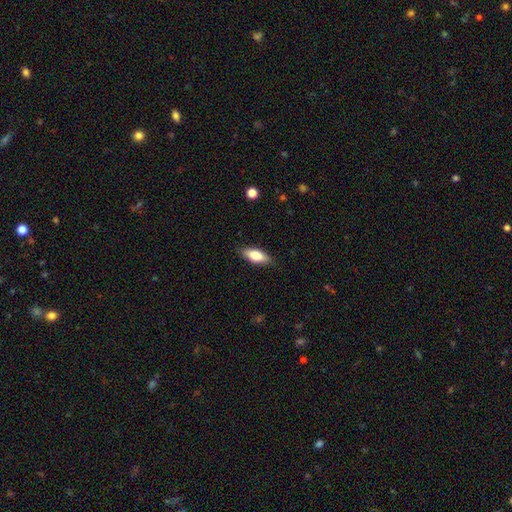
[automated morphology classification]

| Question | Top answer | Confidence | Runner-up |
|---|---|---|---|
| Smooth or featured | smooth | 78% | featured or disk (15%) |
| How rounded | in between | 75% | cigar-shaped (23%) |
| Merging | none | 86% | minor disturbance (11%) |